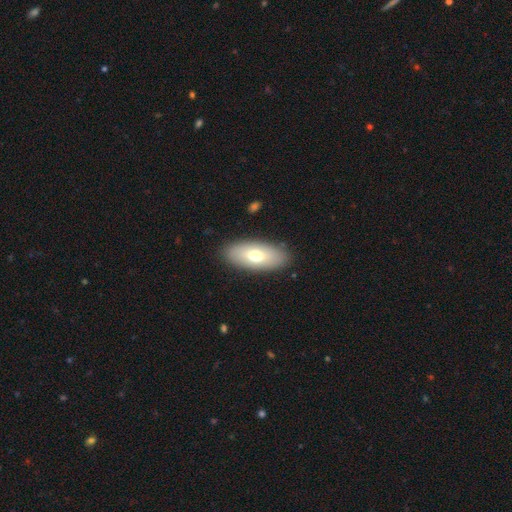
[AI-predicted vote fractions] smooth-or-featured: smooth: 68% | featured or disk: 25% | star or artifact: 7%
  how-rounded: in between: 90% | cigar-shaped: 8% | round: 3%
  merging: none: 87% | minor disturbance: 9% | major disturbance: 3% | merger: 1%